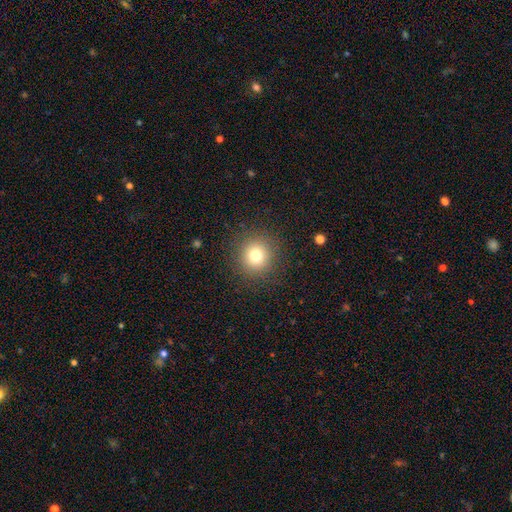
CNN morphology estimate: type=smooth (77%); roundness=round (93%); merging=none (89%).